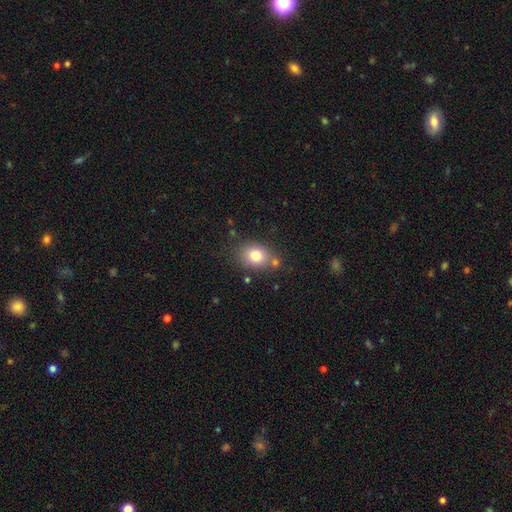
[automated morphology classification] Q: Smooth or featured?
A: smooth (78%); runner-up: star or artifact (11%)
Q: How rounded?
A: in between (50%); runner-up: round (49%)
Q: Merging?
A: none (71%); runner-up: minor disturbance (14%)